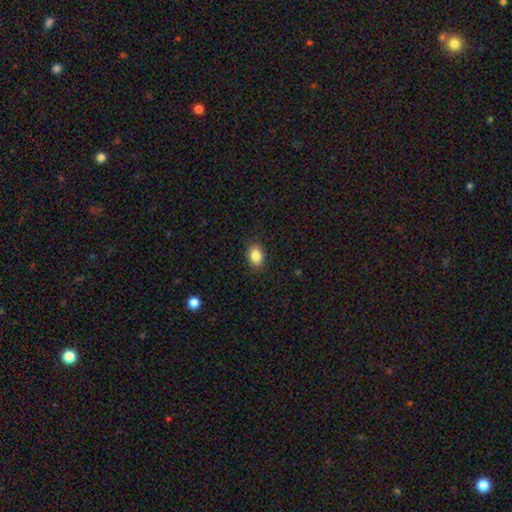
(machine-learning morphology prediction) Smooth or featured?
  - smooth: 86% *
  - star or artifact: 9%
  - featured or disk: 6%
How rounded?
  - in between: 74% *
  - round: 25%
  - cigar-shaped: 1%
Merging?
  - none: 88% *
  - minor disturbance: 9%
  - major disturbance: 2%
  - merger: 1%